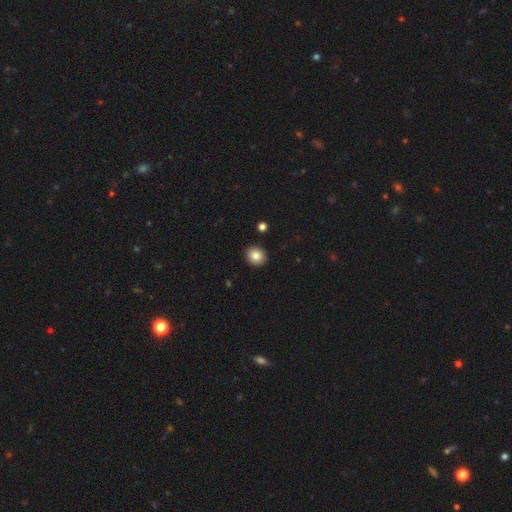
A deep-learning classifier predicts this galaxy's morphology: smooth 84%, star or artifact 9%, featured or disk 6%. Down the decision tree: how rounded — round (84%); merging — none (92%).